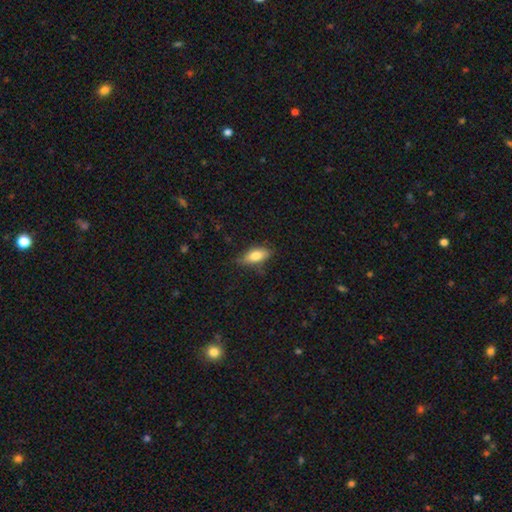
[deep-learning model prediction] Morphology: type=smooth (77%); roundness=in between (81%); merging=none (73%).